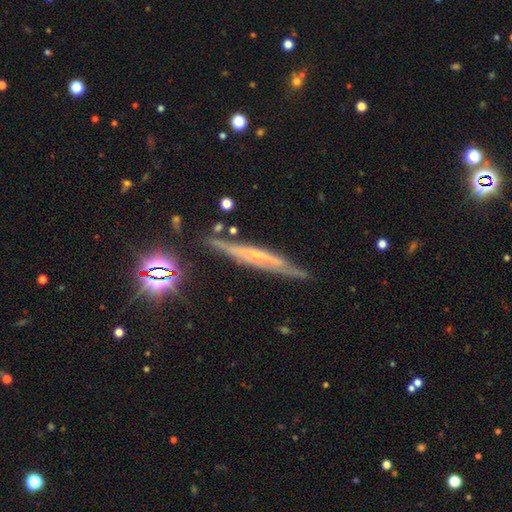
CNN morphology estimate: This appears to be a featured or disk galaxy (67%) viewed edge-on (87%) with no central bulge (52%). Merging: none (76%).